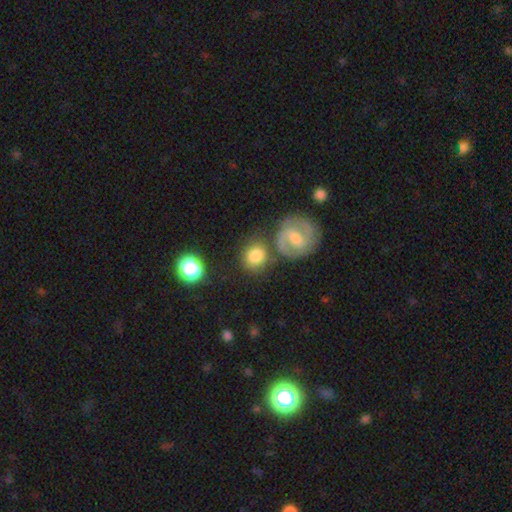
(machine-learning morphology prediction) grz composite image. It shows a smooth galaxy with no disk features (73%) that is round (82%). Merging: none (64%).